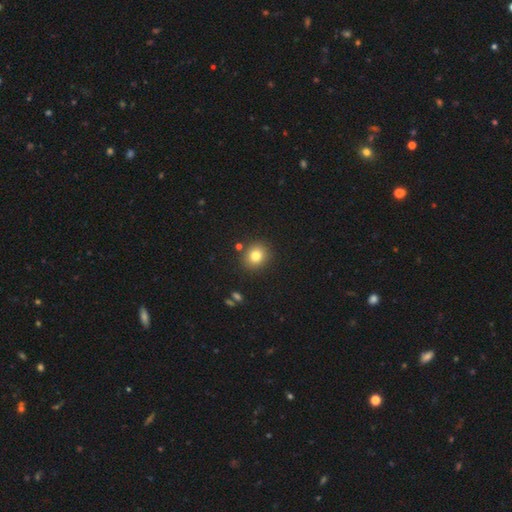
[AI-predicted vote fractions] Smooth or featured?
  - smooth: 80% *
  - star or artifact: 12%
  - featured or disk: 8%
How rounded?
  - round: 81% *
  - in between: 18%
  - cigar-shaped: 1%
Merging?
  - none: 87% *
  - minor disturbance: 7%
  - merger: 4%
  - major disturbance: 2%